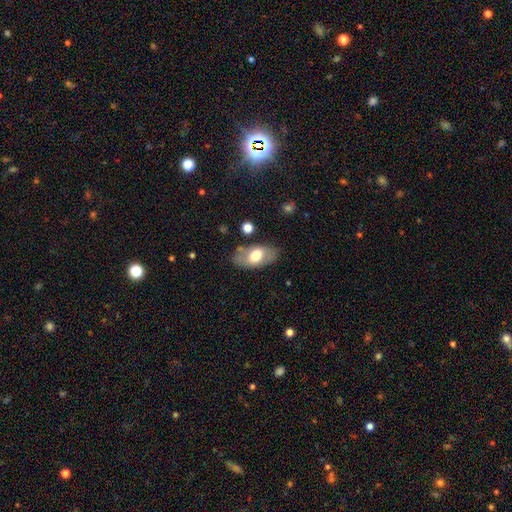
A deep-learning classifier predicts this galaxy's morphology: Smooth or featured? Predicted: smooth (p=0.61). How rounded? Predicted: in between (p=0.92). Merging? Predicted: none (p=0.76).